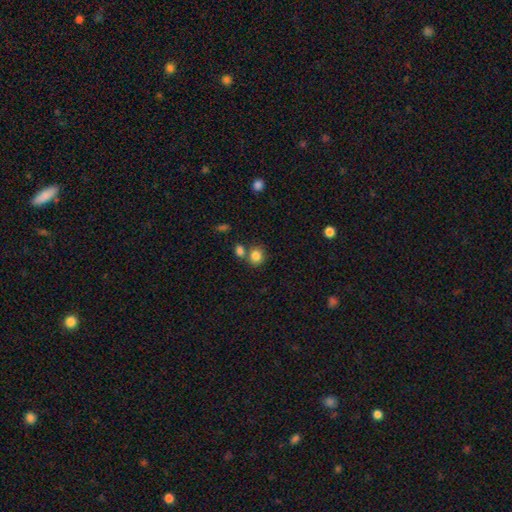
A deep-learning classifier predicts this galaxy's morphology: Smooth or featured? Predicted: smooth (p=0.83). How rounded? Predicted: round (p=0.78). Merging? Predicted: none (p=0.60).